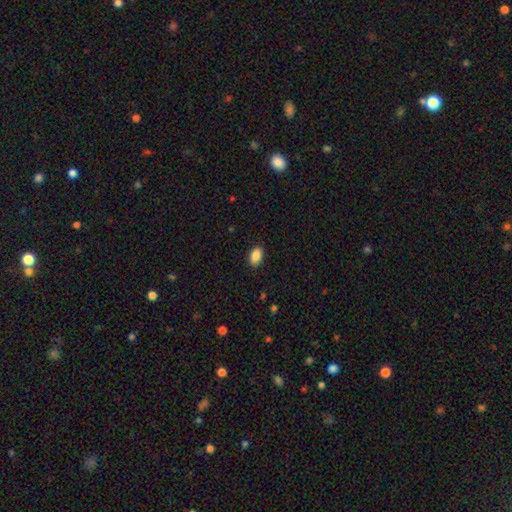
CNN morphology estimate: This is clearly a smooth galaxy (89%). How rounded: clearly in between (92%). Merging: clearly none (89%).